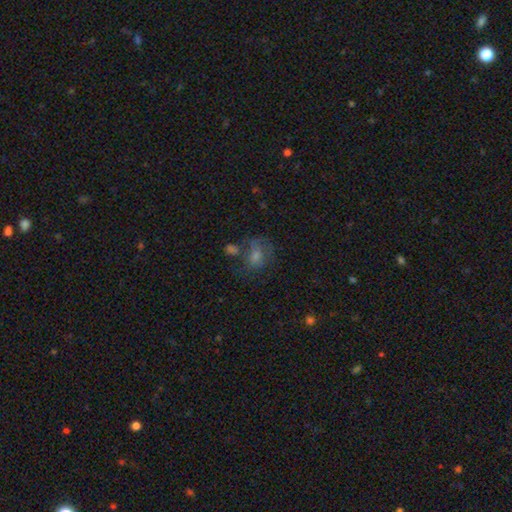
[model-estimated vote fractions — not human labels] This is possibly a smooth galaxy (52%). How rounded: possibly in between (53%). Merging: marginally none (45%).